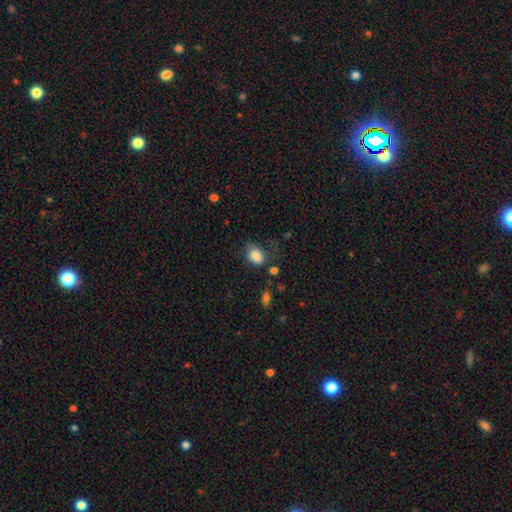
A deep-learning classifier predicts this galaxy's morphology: smooth 83%, star or artifact 9%, featured or disk 8%. Down the decision tree: how rounded — in between (70%); merging — none (44%).